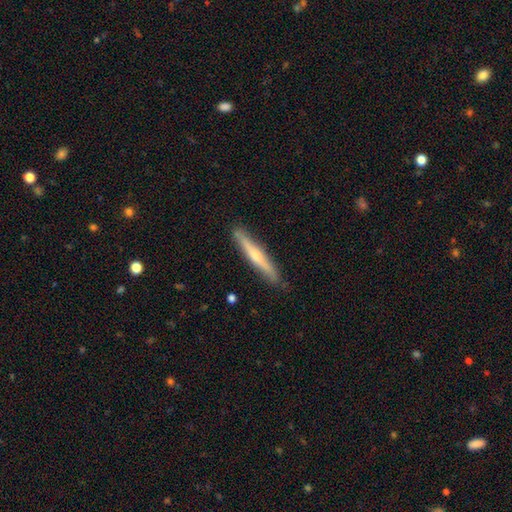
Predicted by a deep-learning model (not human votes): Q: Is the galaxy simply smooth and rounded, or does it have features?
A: featured or disk — 53%.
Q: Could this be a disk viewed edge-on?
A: yes — 94%.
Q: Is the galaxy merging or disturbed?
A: none — 86%.